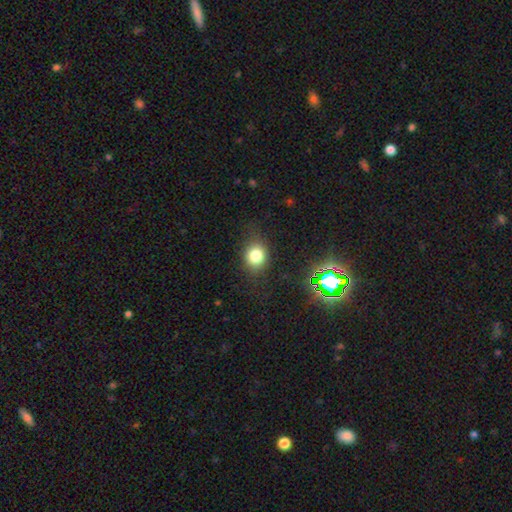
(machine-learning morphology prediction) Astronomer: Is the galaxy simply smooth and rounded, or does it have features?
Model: smooth — 77%.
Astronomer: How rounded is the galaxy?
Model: round — 62%.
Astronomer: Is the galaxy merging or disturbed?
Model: none — 79%.